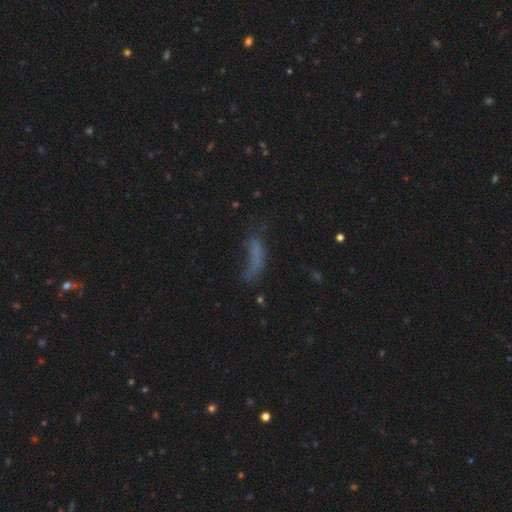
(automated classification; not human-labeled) smooth_or_featured: smooth (p=0.59) [alt: featured or disk p=0.21]
how_rounded: in between (p=0.50) [alt: cigar-shaped p=0.46]
merging: none (p=0.36) [alt: major disturbance p=0.33]